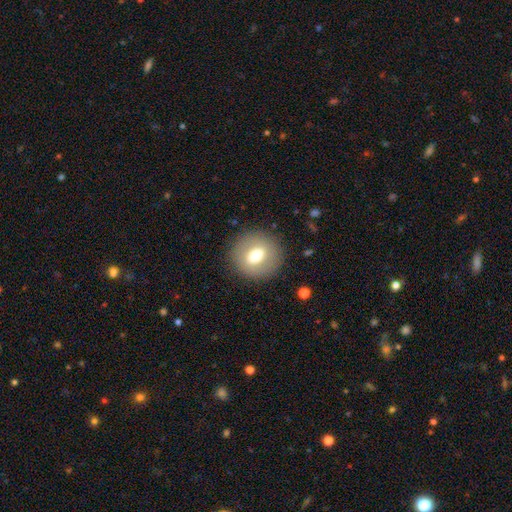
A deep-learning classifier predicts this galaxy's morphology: smooth_or_featured: smooth (p=0.62) [alt: featured or disk p=0.29]
how_rounded: round (p=0.85) [alt: in between p=0.14]
merging: none (p=0.87) [alt: minor disturbance p=0.08]